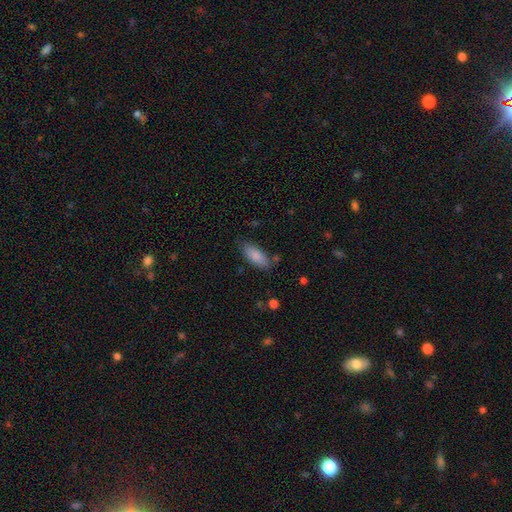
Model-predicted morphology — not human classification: Smooth or featured? smooth (86%)
How rounded? in between (84%)
Merging? none (75%)